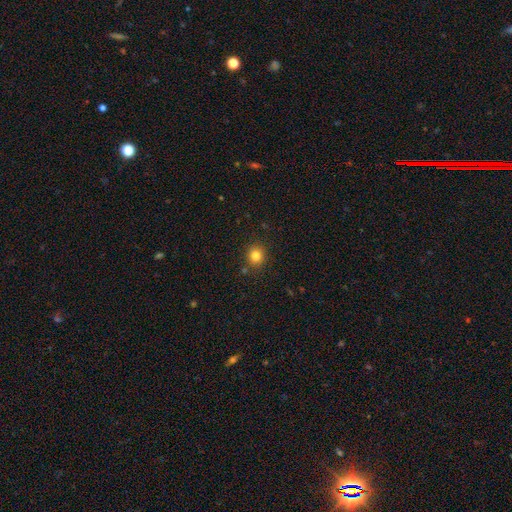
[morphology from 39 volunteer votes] Smooth or featured? smooth (90%)
How rounded? round (86%)
Merging? none (75%)